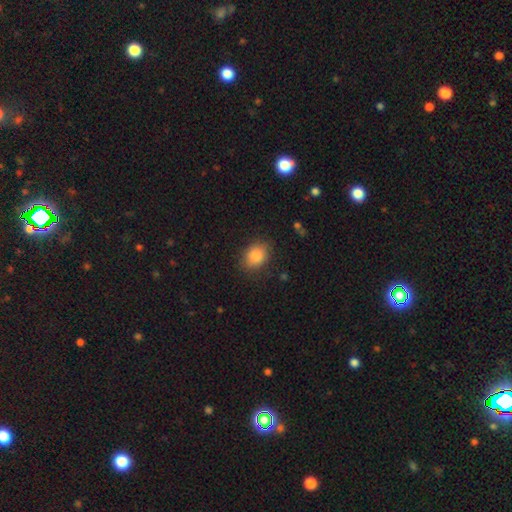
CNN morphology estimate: A smooth galaxy with no disk features (86%) that is in between round and cigar-shaped (61%). Merging: none (82%).